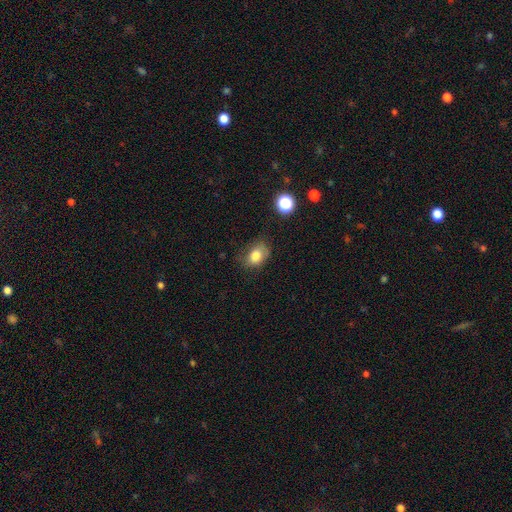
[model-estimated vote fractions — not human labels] smooth-or-featured: smooth: 79% | featured or disk: 11% | star or artifact: 10%
  how-rounded: in between: 66% | round: 33% | cigar-shaped: 1%
  merging: none: 59% | minor disturbance: 28% | major disturbance: 11% | merger: 2%